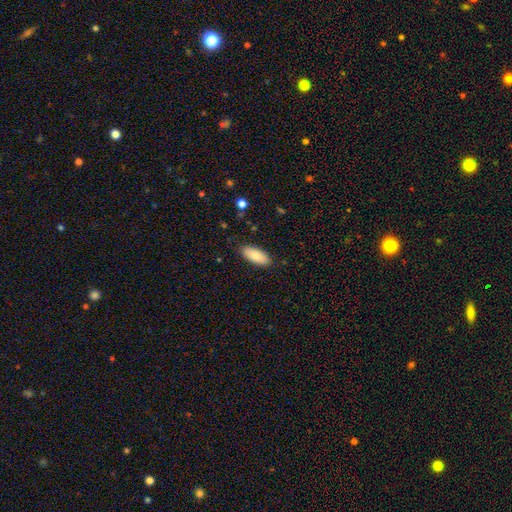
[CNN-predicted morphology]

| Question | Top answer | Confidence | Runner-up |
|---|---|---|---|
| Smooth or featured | smooth | 82% | featured or disk (12%) |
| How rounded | in between | 87% | cigar-shaped (11%) |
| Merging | none | 87% | minor disturbance (10%) |